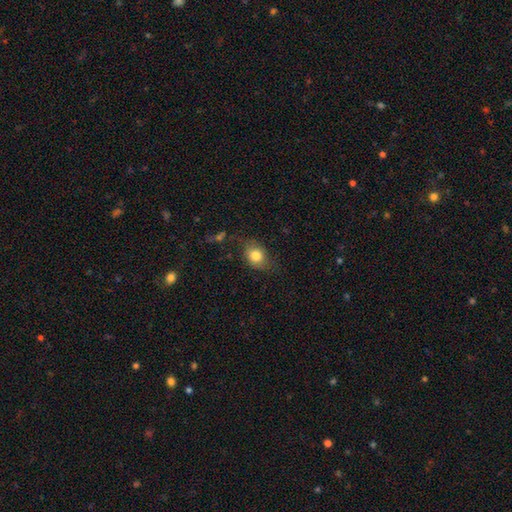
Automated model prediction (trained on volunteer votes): Overall: smooth (79%). How rounded: in between (57%; round 41%). Merging: none (67%).